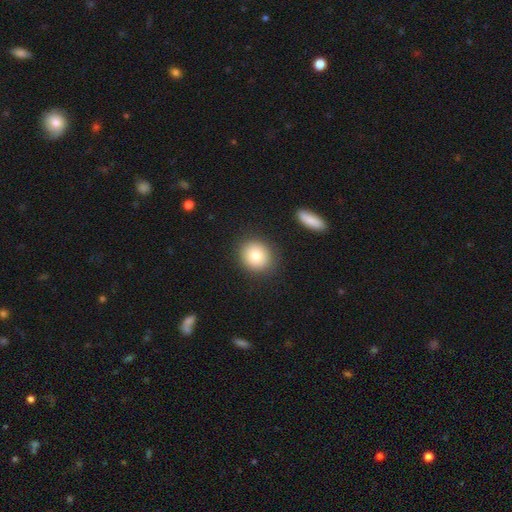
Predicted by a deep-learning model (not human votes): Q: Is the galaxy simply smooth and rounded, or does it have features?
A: smooth — 80%.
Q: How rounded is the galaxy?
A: round — 80%.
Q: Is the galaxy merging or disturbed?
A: none — 88%.